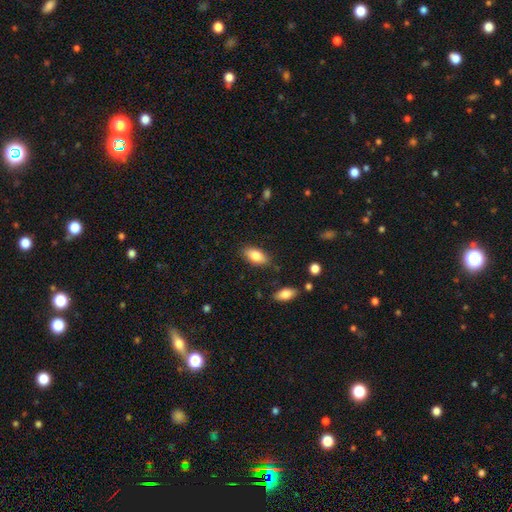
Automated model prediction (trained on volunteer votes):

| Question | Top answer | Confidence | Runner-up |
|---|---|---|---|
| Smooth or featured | smooth | 84% | featured or disk (9%) |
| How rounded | in between | 90% | cigar-shaped (7%) |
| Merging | none | 83% | minor disturbance (12%) |